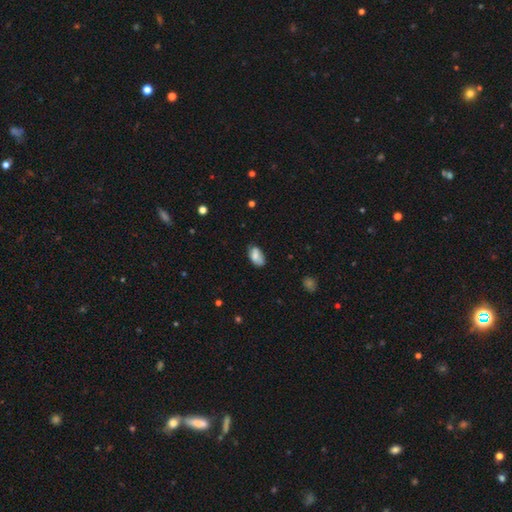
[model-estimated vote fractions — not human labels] Smooth or featured: smooth — 75% (featured or disk — 17%)
How rounded: in between — 93% (round — 5%)
Merging: none — 59% (minor disturbance — 30%)